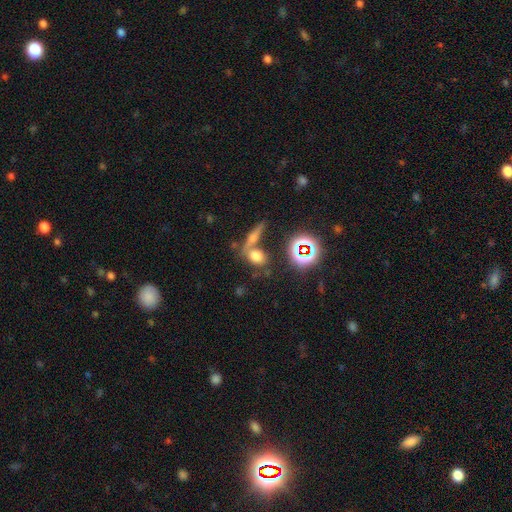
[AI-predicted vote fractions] The model was most divided on "merging": none: 47%, merger: 37%, minor disturbance: 10%, major disturbance: 6%. More confident: smooth or featured — smooth (65%); how rounded — in between (59%).